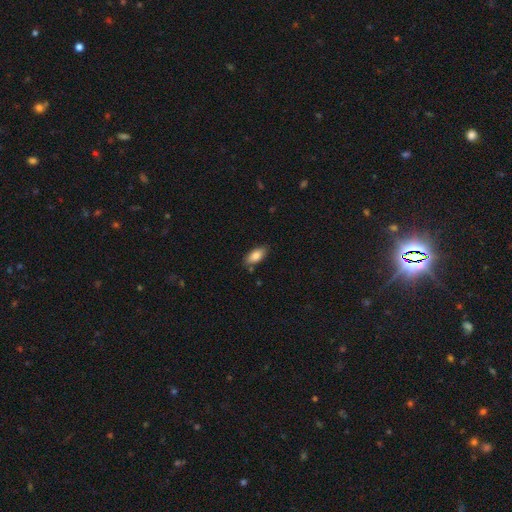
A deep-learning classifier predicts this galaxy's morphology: Overall: smooth (84%). How rounded: in between (89%). Merging: none (80%).